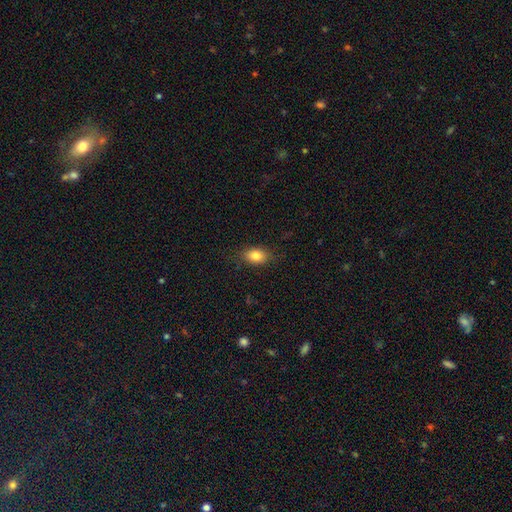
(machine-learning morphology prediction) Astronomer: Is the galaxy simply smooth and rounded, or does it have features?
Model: smooth — 83%.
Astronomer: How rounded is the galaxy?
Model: in between — 81%.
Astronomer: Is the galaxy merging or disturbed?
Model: none — 83%.